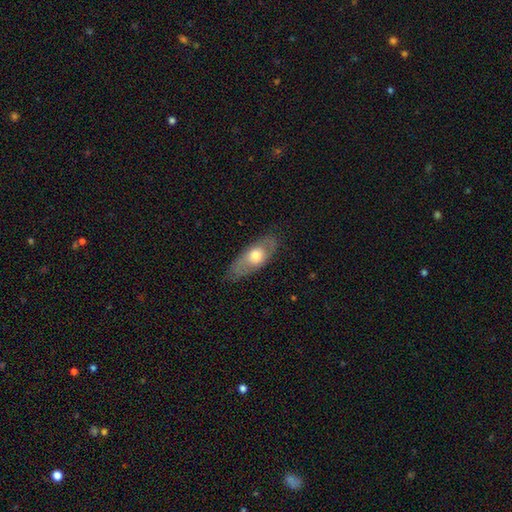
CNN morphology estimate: type=smooth (52%); roundness=in between (79%); merging=none (76%).